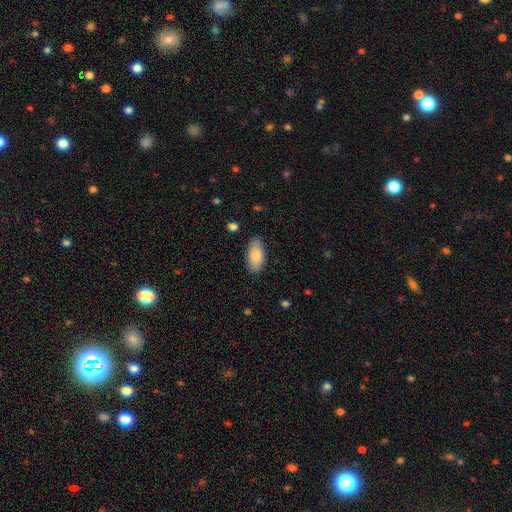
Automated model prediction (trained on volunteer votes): This appears to be a smooth galaxy with no disk features (84%) that is in between round and cigar-shaped (92%). Merging: none (83%).